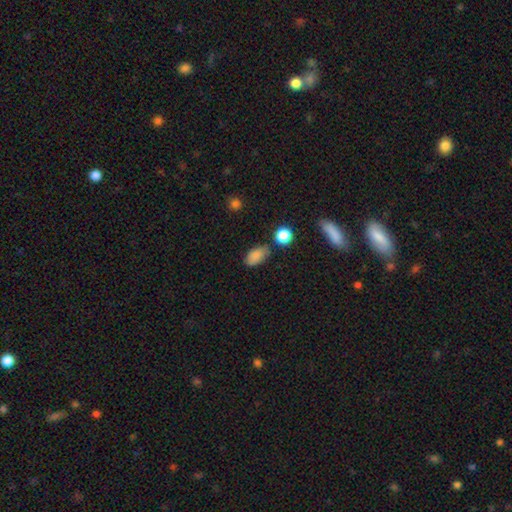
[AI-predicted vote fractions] A smooth galaxy with no disk features (84%) that is in between round and cigar-shaped (91%). Merging: none (74%).